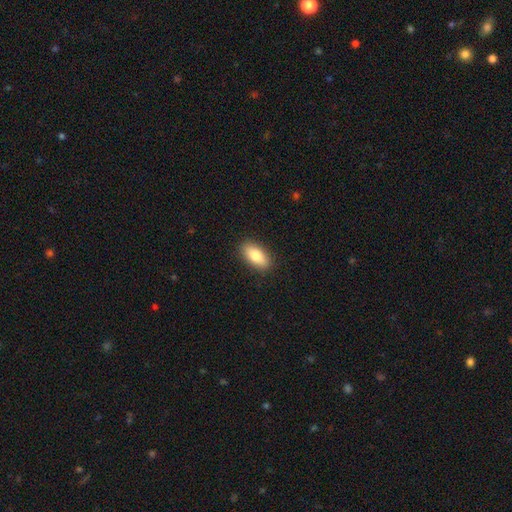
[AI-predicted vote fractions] Smooth or featured?
  - smooth: 84% *
  - featured or disk: 10%
  - star or artifact: 7%
How rounded?
  - in between: 88% *
  - cigar-shaped: 9%
  - round: 3%
Merging?
  - none: 89% *
  - minor disturbance: 8%
  - major disturbance: 2%
  - merger: 1%